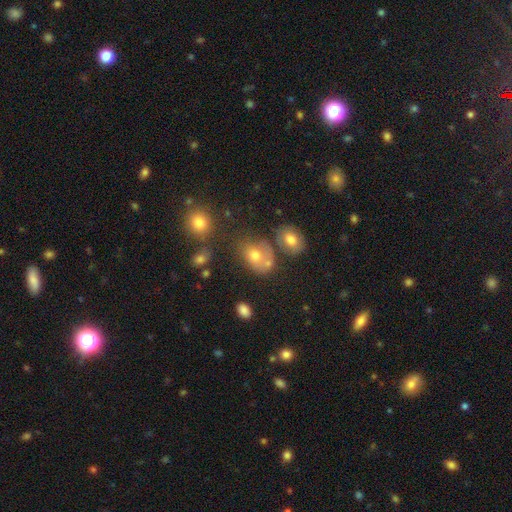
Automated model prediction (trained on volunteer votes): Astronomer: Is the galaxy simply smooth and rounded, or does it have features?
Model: smooth — 65%.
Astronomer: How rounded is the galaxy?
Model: in between — 66%.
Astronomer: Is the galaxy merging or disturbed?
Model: none — 48%.